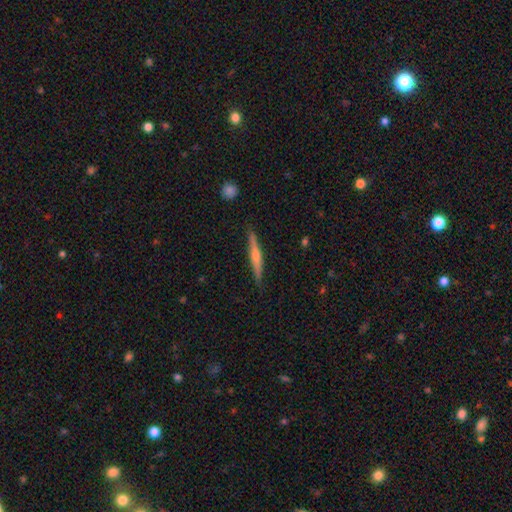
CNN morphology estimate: The model was most divided on "smooth or featured": featured or disk: 55%, smooth: 39%, star or artifact: 6%. More confident: edge-on disk — yes (97%); merging — none (88%); edge-on bulge — rounded (65%).